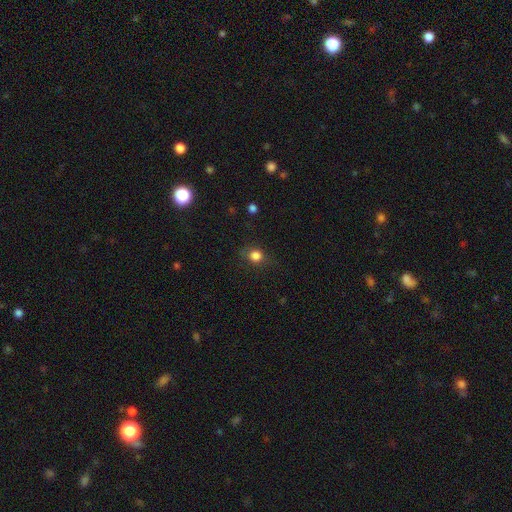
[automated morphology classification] Smooth or featured: smooth — 80% (star or artifact — 13%)
How rounded: round — 75% (in between — 24%)
Merging: none — 77% (minor disturbance — 16%)